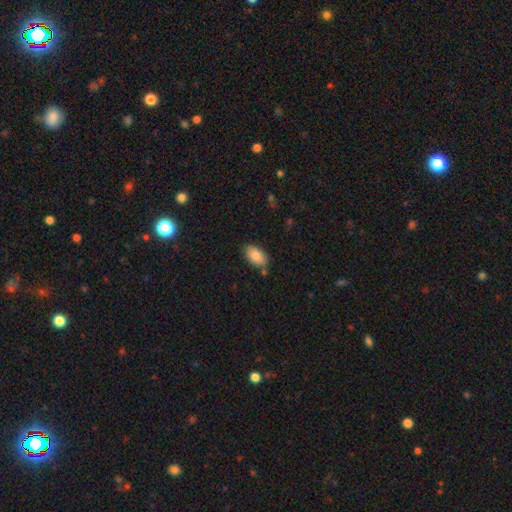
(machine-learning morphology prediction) Smooth or featured? smooth (85%)
How rounded? in between (94%)
Merging? none (77%)